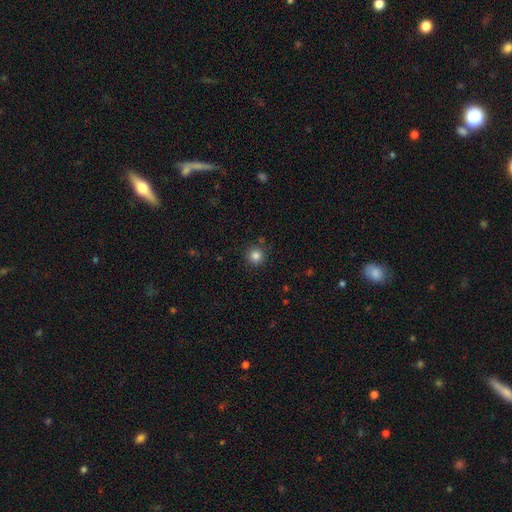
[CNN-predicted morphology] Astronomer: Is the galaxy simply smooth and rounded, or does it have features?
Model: smooth — 83%.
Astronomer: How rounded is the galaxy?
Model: round — 95%.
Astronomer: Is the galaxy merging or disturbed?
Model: none — 88%.